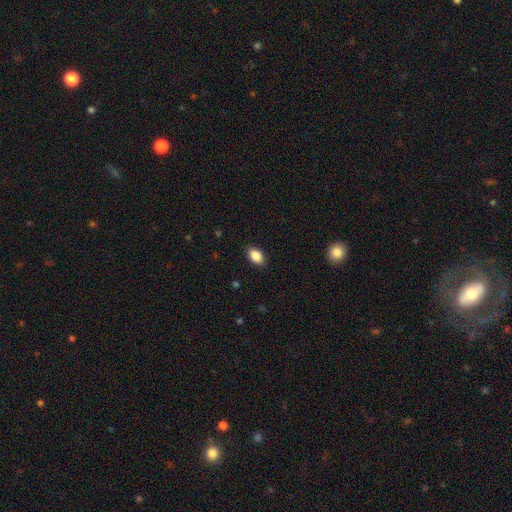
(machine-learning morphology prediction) smooth-or-featured: smooth: 88% | star or artifact: 8% | featured or disk: 4%
  how-rounded: in between: 90% | round: 8% | cigar-shaped: 2%
  merging: none: 88% | minor disturbance: 9% | major disturbance: 2% | merger: 1%